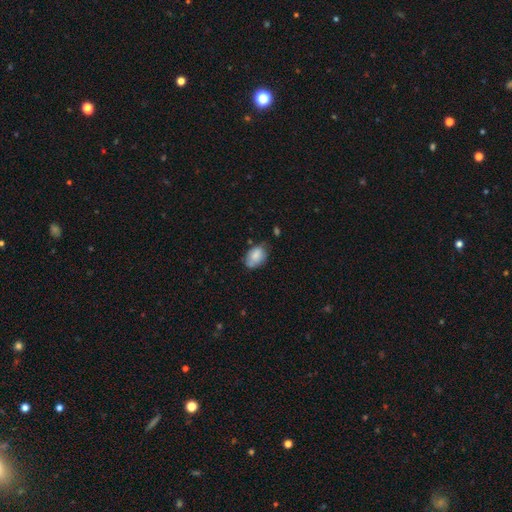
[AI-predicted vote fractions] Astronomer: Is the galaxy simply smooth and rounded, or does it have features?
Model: smooth — 79%.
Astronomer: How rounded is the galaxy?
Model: in between — 86%.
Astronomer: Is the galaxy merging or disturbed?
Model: none — 61%.